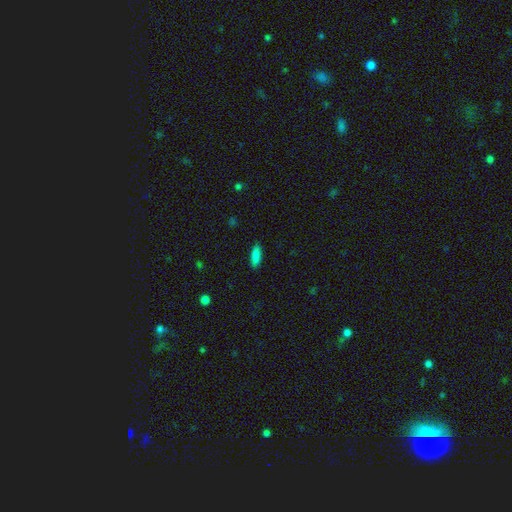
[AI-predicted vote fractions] This is clearly a smooth galaxy (87%). How rounded: possibly cigar-shaped (50%). Merging: clearly none (88%).